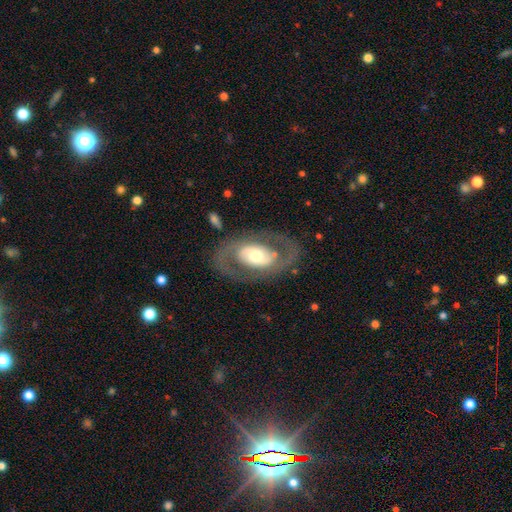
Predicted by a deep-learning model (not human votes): This appears to be a featured or disk galaxy (74%) with no bar (63%), spiral arms (58%) and a moderate central bulge (59%). Merging: none (78%).